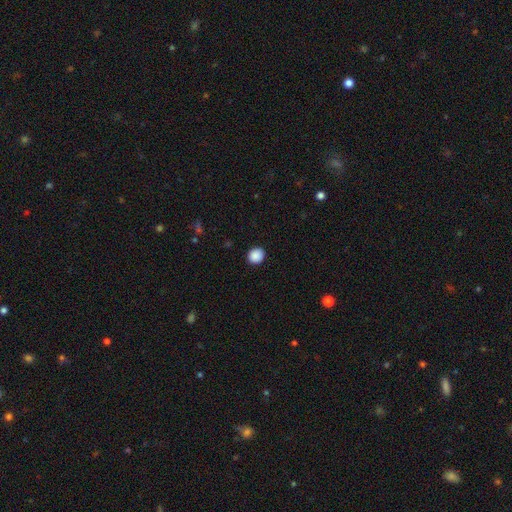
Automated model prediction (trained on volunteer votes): Overall: smooth (89%). How rounded: round (79%). Merging: none (91%).